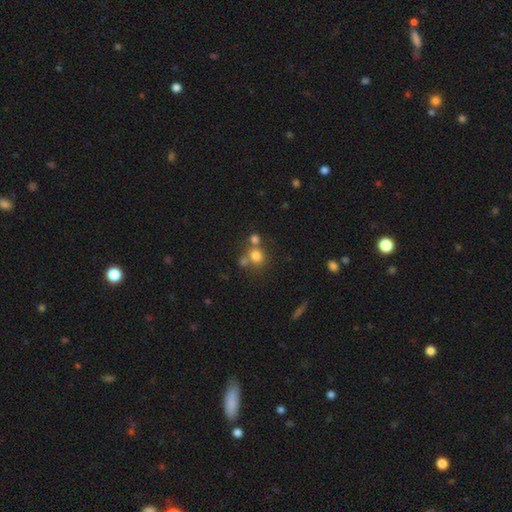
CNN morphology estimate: Smooth or featured: smooth — 74% (star or artifact — 15%)
How rounded: round — 82% (in between — 17%)
Merging: none — 52% (merger — 35%)